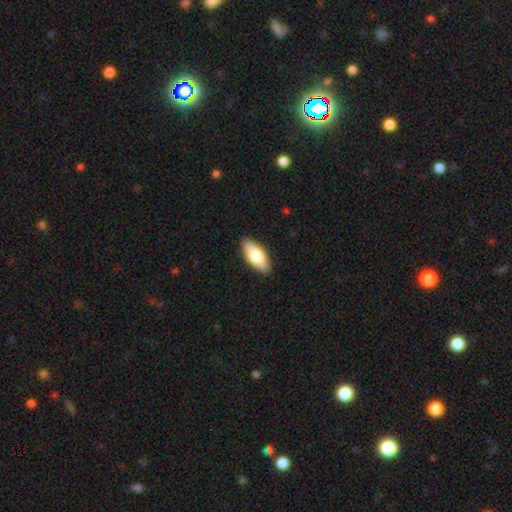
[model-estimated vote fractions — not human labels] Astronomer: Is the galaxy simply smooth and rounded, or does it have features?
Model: smooth — 76%.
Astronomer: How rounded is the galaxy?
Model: in between — 86%.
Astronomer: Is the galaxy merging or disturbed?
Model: none — 90%.